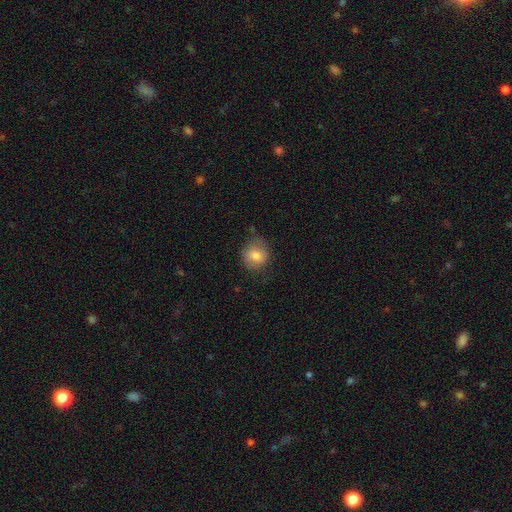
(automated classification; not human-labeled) Smooth or featured?
  - smooth: 78% *
  - featured or disk: 13%
  - star or artifact: 9%
How rounded?
  - round: 77% *
  - in between: 22%
  - cigar-shaped: 1%
Merging?
  - none: 70% *
  - minor disturbance: 21%
  - major disturbance: 7%
  - merger: 2%